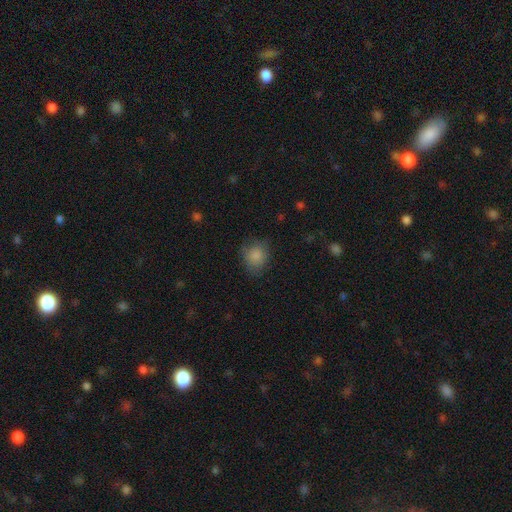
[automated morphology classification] Q: Smooth or featured?
A: smooth (85%); runner-up: star or artifact (9%)
Q: How rounded?
A: round (74%); runner-up: in between (25%)
Q: Merging?
A: none (74%); runner-up: minor disturbance (19%)